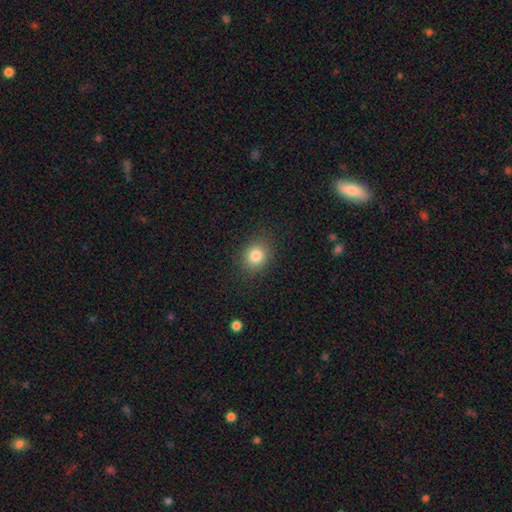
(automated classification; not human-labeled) Smooth or featured?
  - smooth: 83% *
  - star or artifact: 11%
  - featured or disk: 7%
How rounded?
  - round: 63% *
  - in between: 36%
  - cigar-shaped: 1%
Merging?
  - none: 86% *
  - minor disturbance: 10%
  - major disturbance: 3%
  - merger: 1%